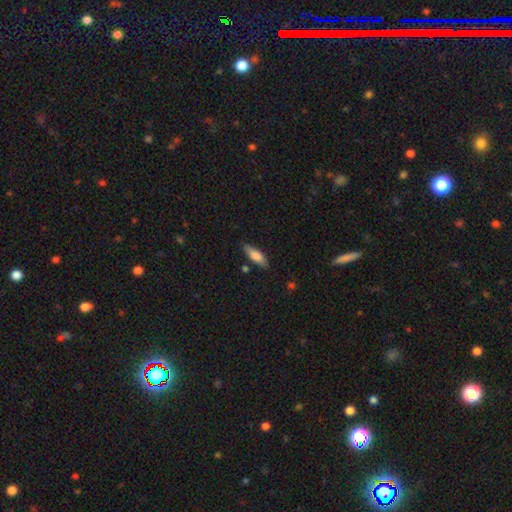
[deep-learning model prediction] smooth-or-featured: smooth: 78% | featured or disk: 16% | star or artifact: 6%
  how-rounded: in between: 59% | cigar-shaped: 39% | round: 2%
  merging: none: 80% | minor disturbance: 15% | major disturbance: 3% | merger: 2%